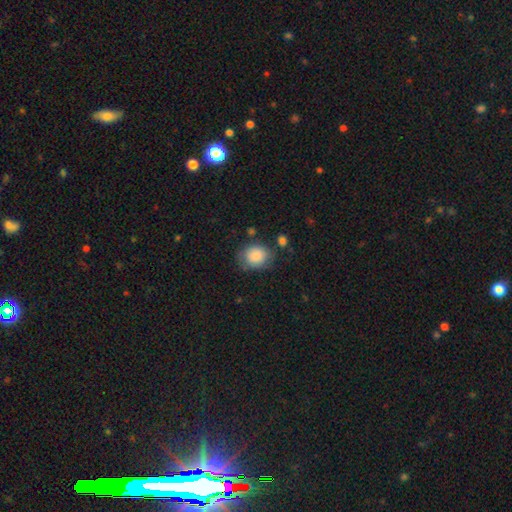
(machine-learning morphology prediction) smooth 85%, star or artifact 7%, featured or disk 7%. Down the decision tree: how rounded — round (61%); merging — none (66%).